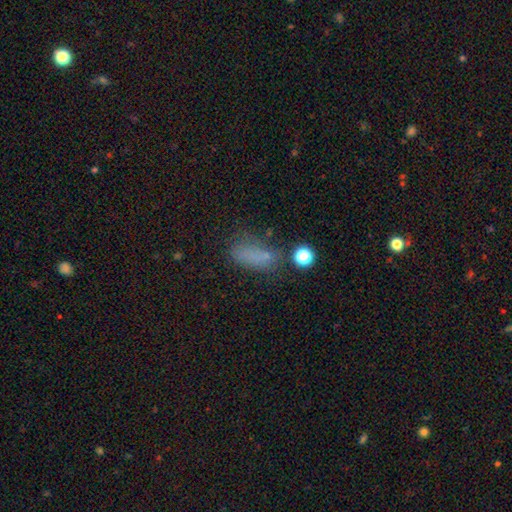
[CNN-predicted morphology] type=smooth (67%); roundness=in between (70%); merging=none (51%).